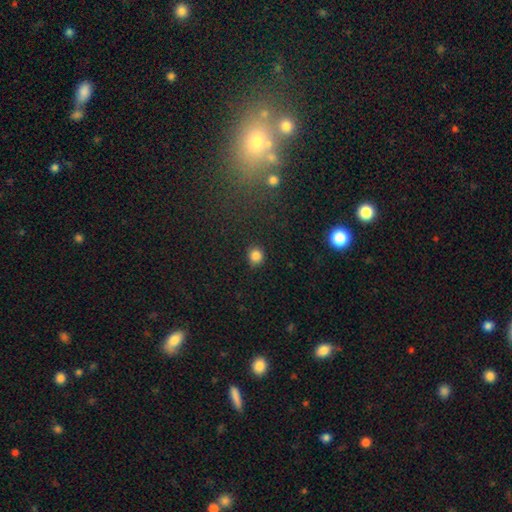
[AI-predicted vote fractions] Smooth or featured? smooth (84%)
How rounded? round (87%)
Merging? none (86%)